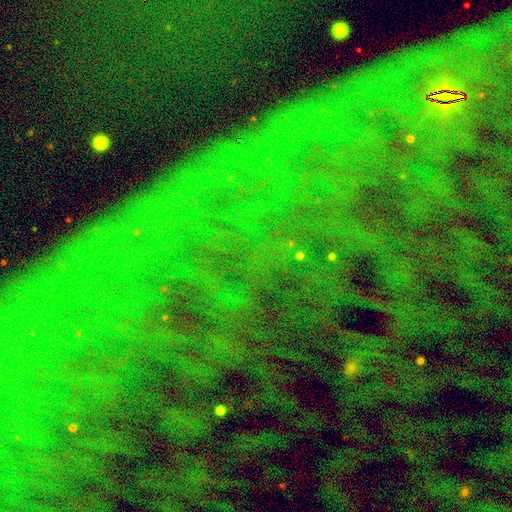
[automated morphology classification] type=star or artifact (84%).